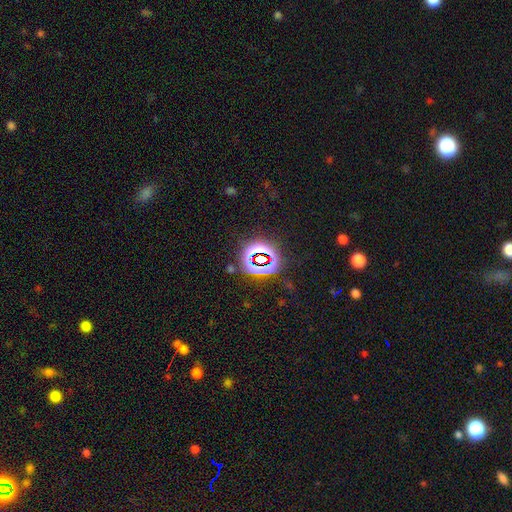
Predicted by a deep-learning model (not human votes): star or artifact 76%, smooth 16%, featured or disk 9%.